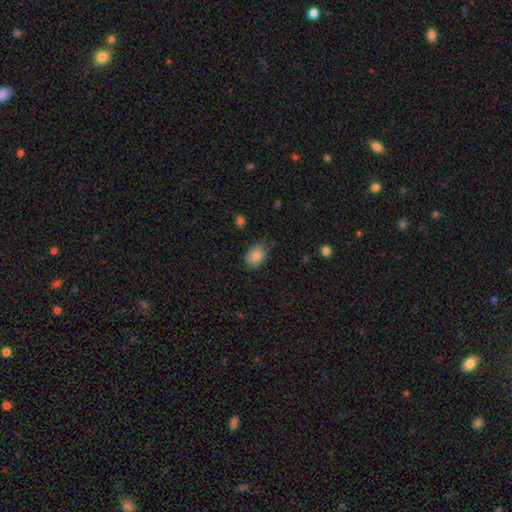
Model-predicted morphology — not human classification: This appears to be a smooth galaxy with no disk features (85%) that is in between round and cigar-shaped (72%). Merging: none (76%).